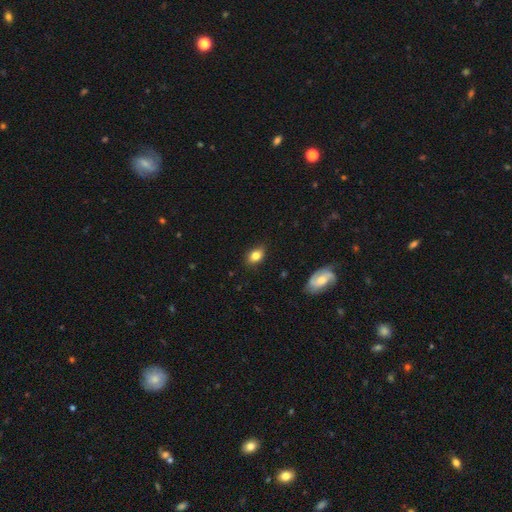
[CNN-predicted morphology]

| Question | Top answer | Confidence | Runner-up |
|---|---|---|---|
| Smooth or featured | smooth | 81% | featured or disk (10%) |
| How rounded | in between | 77% | round (21%) |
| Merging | none | 80% | minor disturbance (16%) |